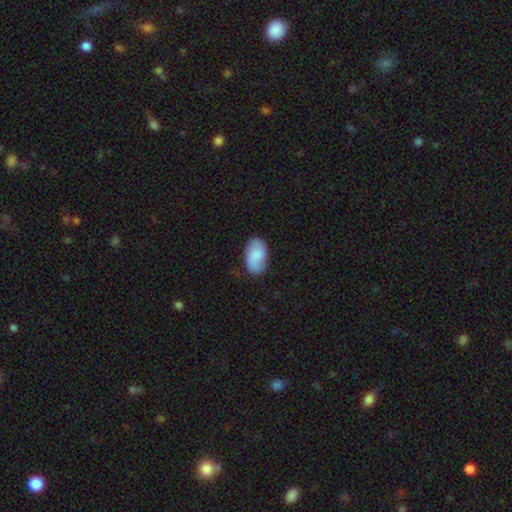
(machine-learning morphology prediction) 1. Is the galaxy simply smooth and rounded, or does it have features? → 76% smooth, 18% featured or disk, 6% star or artifact.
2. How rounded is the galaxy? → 93% in between, 6% round, 1% cigar-shaped.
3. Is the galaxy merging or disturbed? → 78% none, 17% minor disturbance, 4% major disturbance, 1% merger.